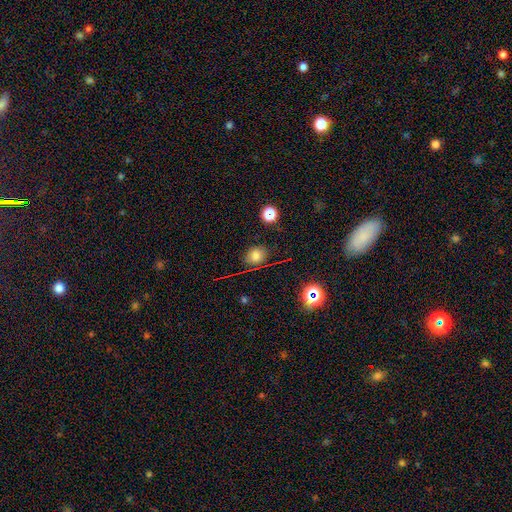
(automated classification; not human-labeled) A smooth galaxy with no disk features (70%) that is round (55%).

Vote fractions:
- Smooth or featured? smooth: 70% / star or artifact: 20% / featured or disk: 9%
- How rounded? round: 55% / in between: 43% / cigar-shaped: 1%
- Merging? none: 77% / minor disturbance: 16% / major disturbance: 5% / merger: 3%